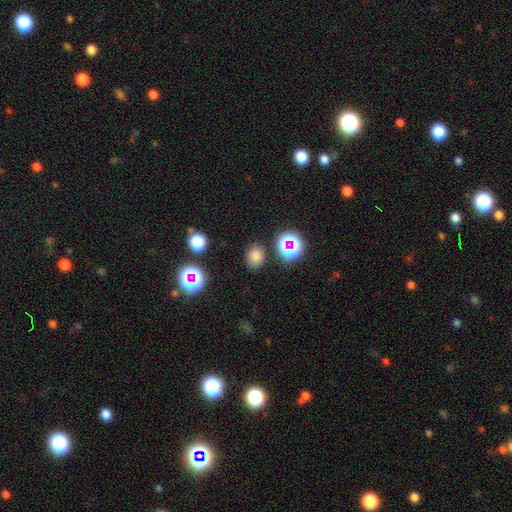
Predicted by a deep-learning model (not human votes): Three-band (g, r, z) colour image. It shows a smooth galaxy with no disk features (75%) that is round (62%). Merging: none (84%).